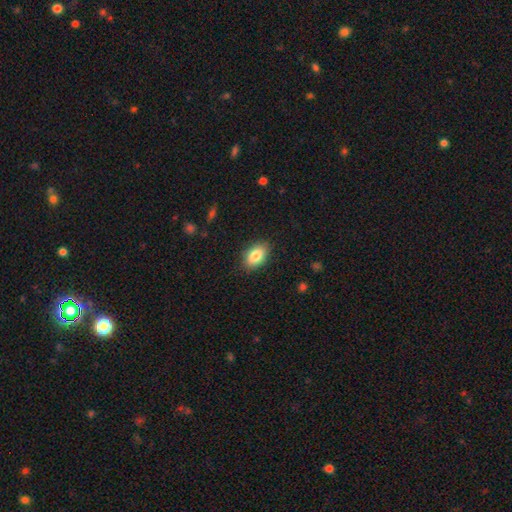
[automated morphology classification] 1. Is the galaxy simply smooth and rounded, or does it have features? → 85% smooth, 8% featured or disk, 7% star or artifact.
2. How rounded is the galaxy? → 91% in between, 7% round, 2% cigar-shaped.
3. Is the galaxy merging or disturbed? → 87% none, 10% minor disturbance, 2% major disturbance, 1% merger.